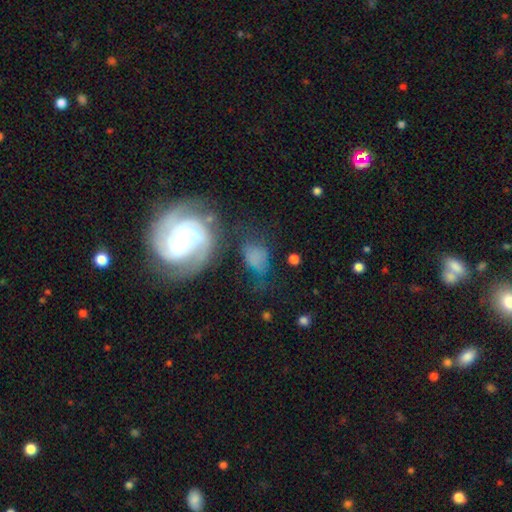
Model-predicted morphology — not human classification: Overall: featured or disk (45%; smooth 43%). Merging: none (42%; minor disturbance 24%).